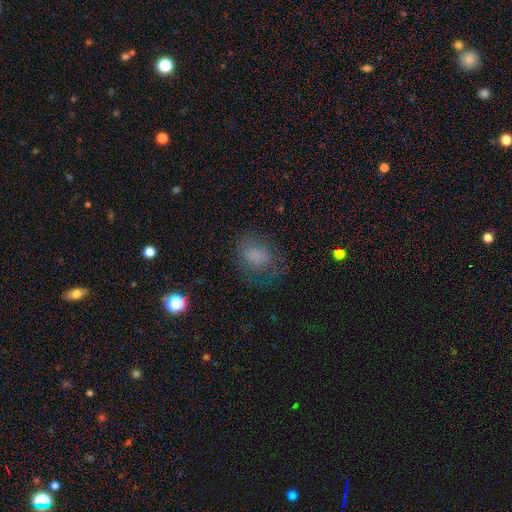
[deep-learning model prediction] Smooth or featured: smooth — 62% (featured or disk — 24%)
How rounded: in between — 58% (round — 41%)
Merging: none — 53% (minor disturbance — 23%)